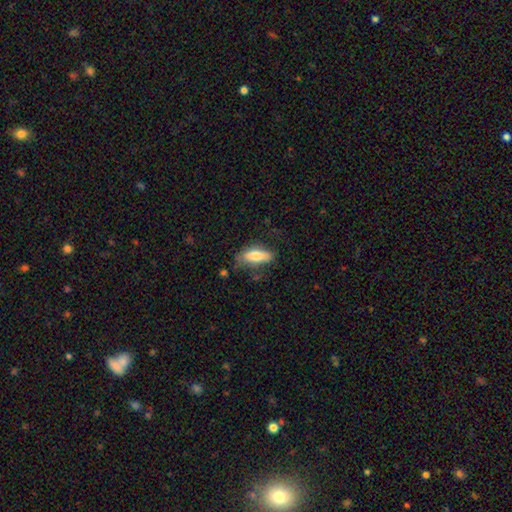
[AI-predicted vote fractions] Smooth or featured? smooth (73%)
How rounded? in between (63%)
Merging? none (66%)